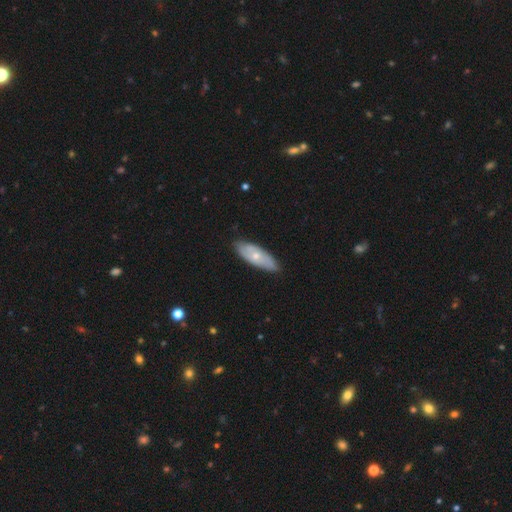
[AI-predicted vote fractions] smooth 50%, featured or disk 44%, star or artifact 6%. Down the decision tree: merging — none (83%).